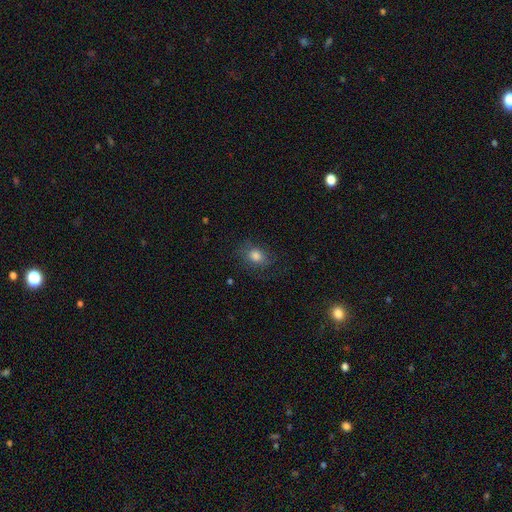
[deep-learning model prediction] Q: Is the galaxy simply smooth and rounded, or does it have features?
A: smooth — 79%.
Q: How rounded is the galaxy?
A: in between — 57%.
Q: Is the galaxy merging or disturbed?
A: none — 75%.